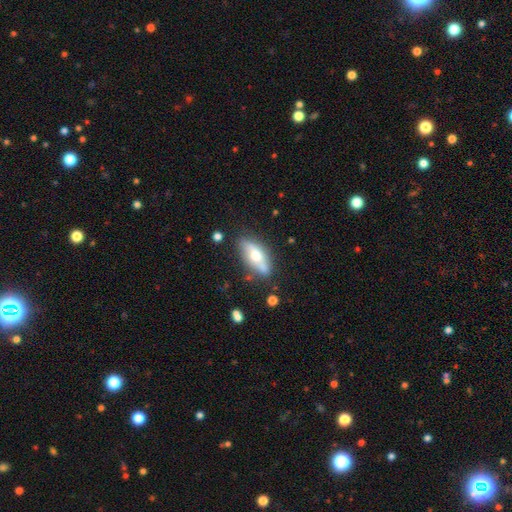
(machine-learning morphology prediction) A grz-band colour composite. It shows a smooth galaxy with no disk features (49%). Merging: none (73%).